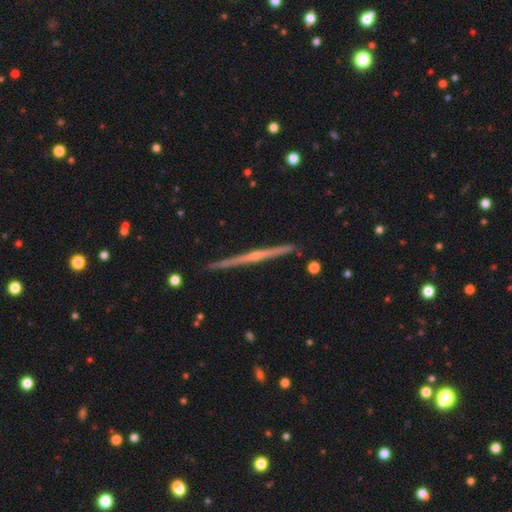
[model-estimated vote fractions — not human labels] Smooth or featured? Predicted: featured or disk (p=0.76). Edge-on disk? Predicted: yes (p=0.98). Edge-on bulge? Predicted: rounded (p=0.61). Merging? Predicted: none (p=0.89).